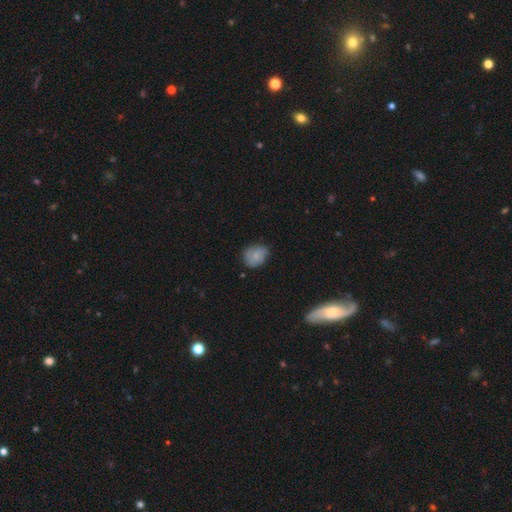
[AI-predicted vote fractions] The model was most divided on "how rounded": round: 55%, in between: 44%, cigar-shaped: 1%. More confident: smooth or featured — smooth (75%); merging — none (70%).